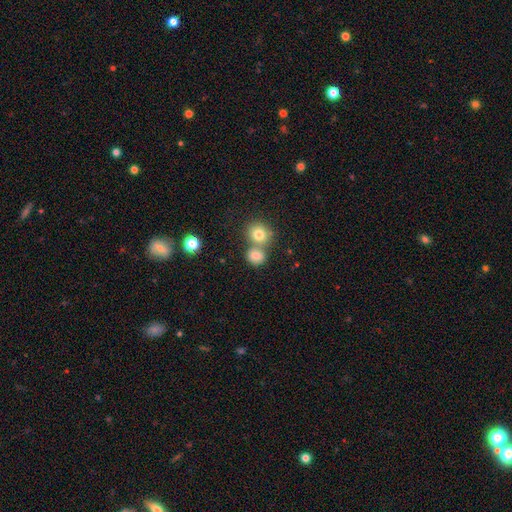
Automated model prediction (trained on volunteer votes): This is likely a smooth galaxy (80%). How rounded: likely round (73%). Merging: possibly merger (46%).